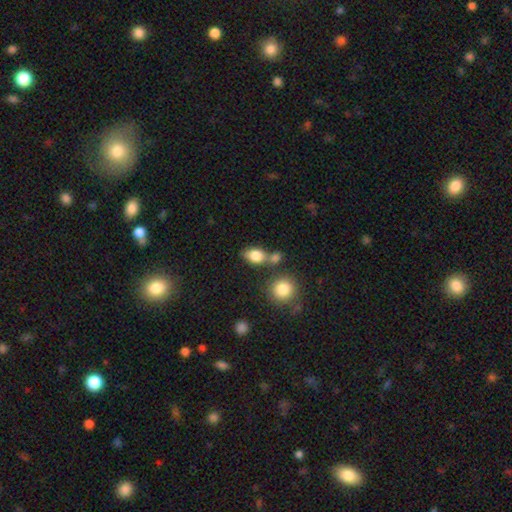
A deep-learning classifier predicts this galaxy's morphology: A smooth galaxy with no disk features (81%) that is in between round and cigar-shaped (75%).

Vote fractions:
- Smooth or featured? smooth: 81% / featured or disk: 9% / star or artifact: 9%
- How rounded? in between: 75% / round: 23% / cigar-shaped: 2%
- Merging? none: 54% / merger: 26% / minor disturbance: 15% / major disturbance: 5%